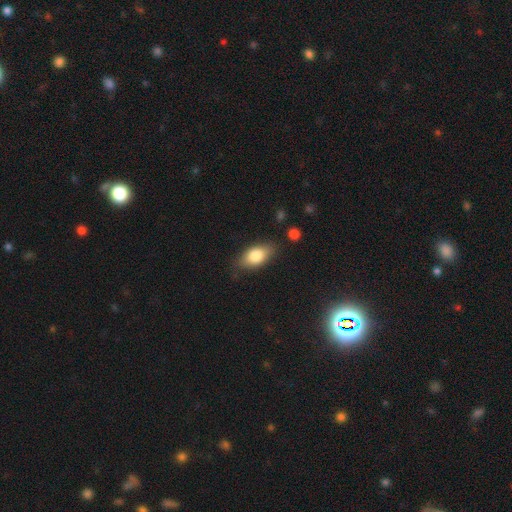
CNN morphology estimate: smooth 79%, featured or disk 14%, star or artifact 7%. Down the decision tree: how rounded — in between (89%); merging — none (79%).